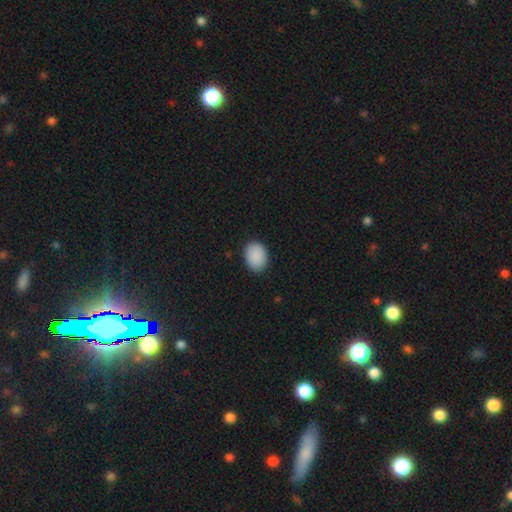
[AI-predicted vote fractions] A smooth galaxy with no disk features (90%) that is in between round and cigar-shaped (69%). Merging: none (87%).